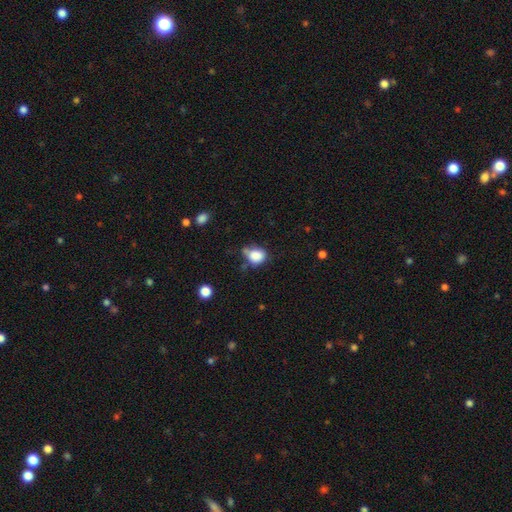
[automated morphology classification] Q: Smooth or featured?
A: smooth (84%); runner-up: star or artifact (10%)
Q: How rounded?
A: round (60%); runner-up: in between (39%)
Q: Merging?
A: none (48%); runner-up: minor disturbance (28%)